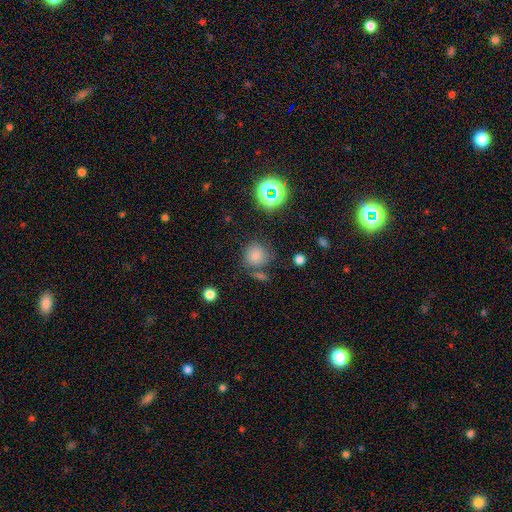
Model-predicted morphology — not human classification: smooth-or-featured: smooth: 77% | star or artifact: 17% | featured or disk: 6%
  how-rounded: round: 87% | in between: 12% | cigar-shaped: 1%
  merging: none: 69% | minor disturbance: 15% | merger: 10% | major disturbance: 6%